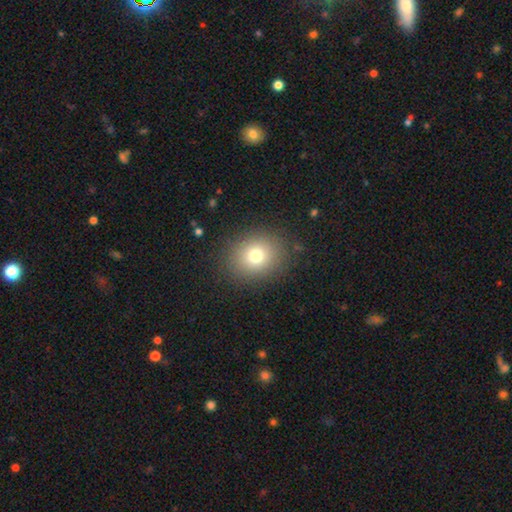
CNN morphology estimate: smooth-or-featured: smooth: 75% | star or artifact: 14% | featured or disk: 11%
  how-rounded: round: 66% | in between: 33% | cigar-shaped: 1%
  merging: none: 87% | minor disturbance: 8% | major disturbance: 4% | merger: 1%